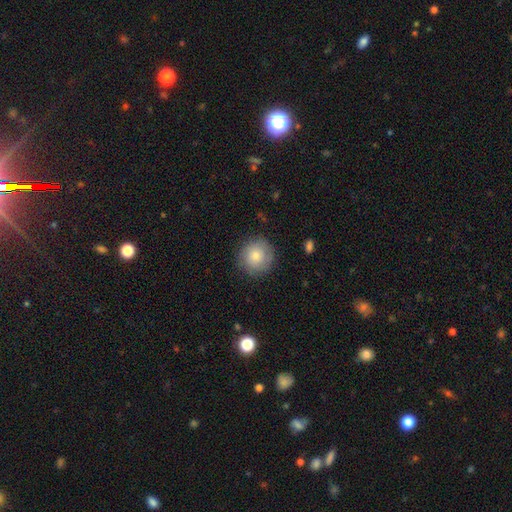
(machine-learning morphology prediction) type=smooth (77%); roundness=round (93%); merging=none (85%).